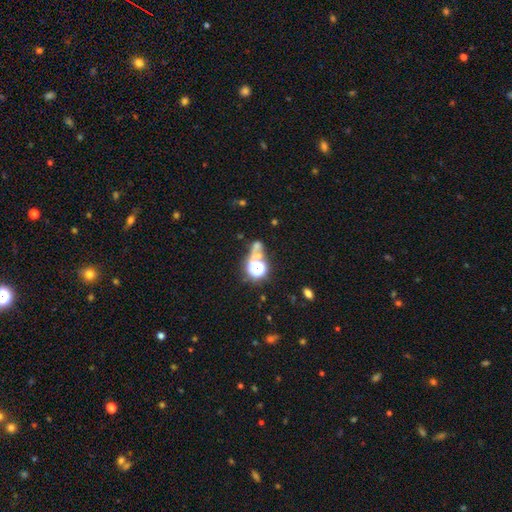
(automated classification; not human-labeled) This appears to be a star or artifact, not a galaxy (48%).